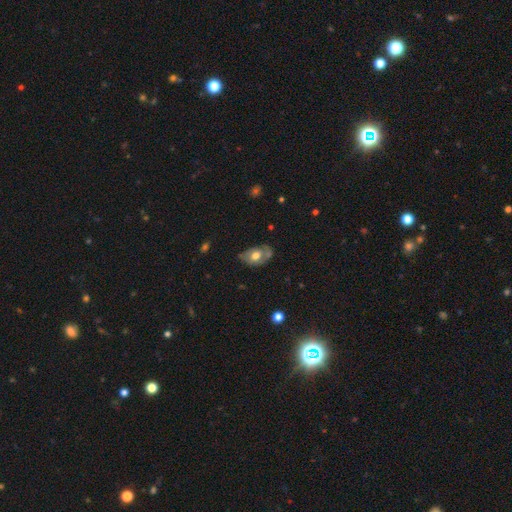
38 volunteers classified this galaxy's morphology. Q: Smooth or featured?
A: smooth (61%); runner-up: featured or disk (37%)
Q: How rounded?
A: in between (87%); runner-up: round (13%)
Q: Merging?
A: none (46%); runner-up: minor disturbance (27%)